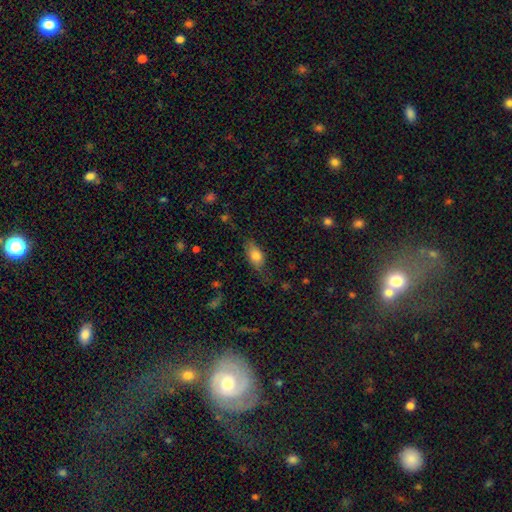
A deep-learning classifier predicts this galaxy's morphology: Q: Smooth or featured?
A: smooth (77%); runner-up: featured or disk (15%)
Q: How rounded?
A: in between (85%); runner-up: cigar-shaped (9%)
Q: Merging?
A: none (64%); runner-up: minor disturbance (26%)